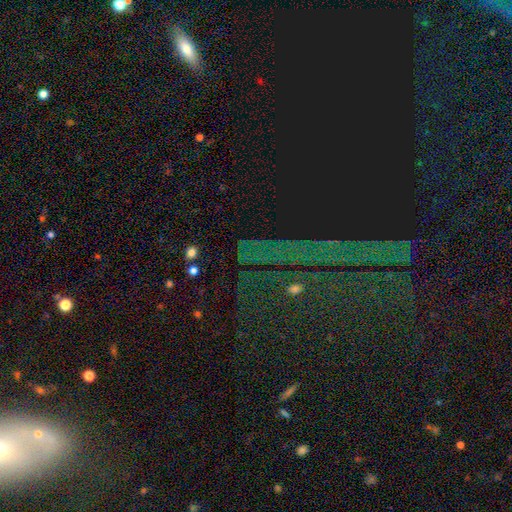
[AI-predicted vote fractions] This is clearly a star or artifact rather than a galaxy (81%).